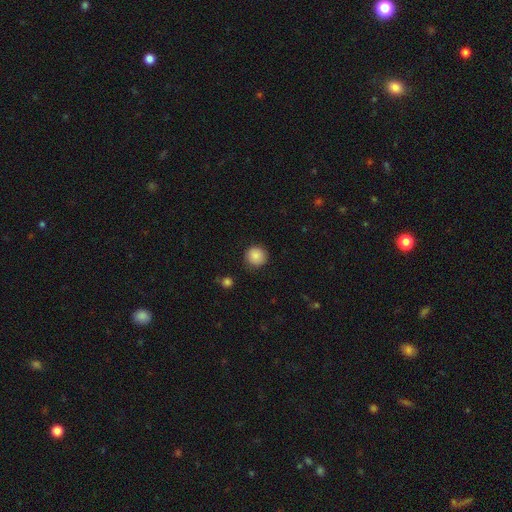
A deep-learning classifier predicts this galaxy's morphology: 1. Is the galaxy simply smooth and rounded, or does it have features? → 88% smooth, 9% star or artifact, 3% featured or disk.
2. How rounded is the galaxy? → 94% round, 5% in between, 1% cigar-shaped.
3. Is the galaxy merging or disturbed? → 89% none, 8% minor disturbance, 2% major disturbance, 1% merger.